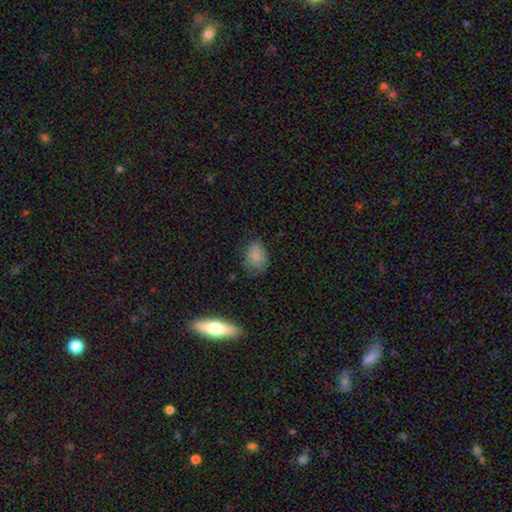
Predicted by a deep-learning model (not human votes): This appears to be a smooth galaxy with no disk features (80%) that is in between round and cigar-shaped (68%). Merging: none (62%).